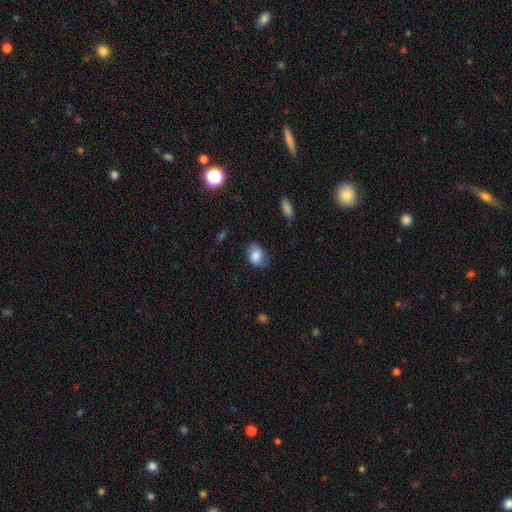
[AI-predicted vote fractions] smooth 77%, featured or disk 16%, star or artifact 8%. Down the decision tree: how rounded — in between (72%); merging — none (64%).